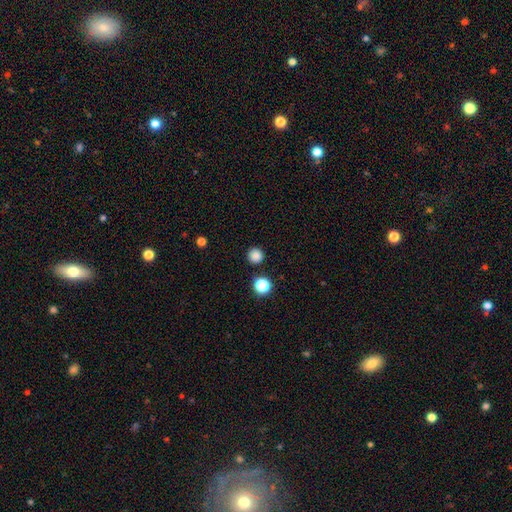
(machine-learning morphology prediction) Smooth or featured? Predicted: smooth (p=0.84). How rounded? Predicted: round (p=0.96). Merging? Predicted: none (p=0.91).